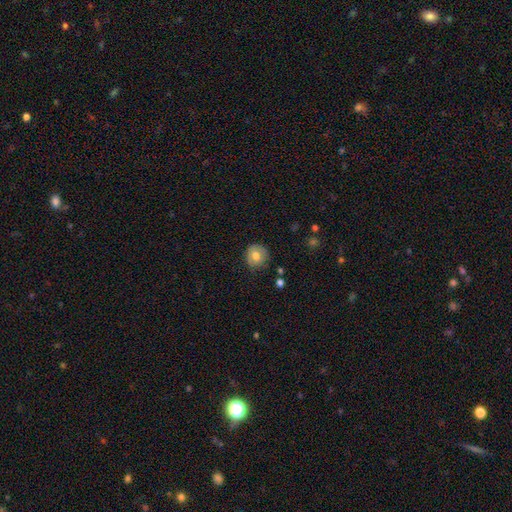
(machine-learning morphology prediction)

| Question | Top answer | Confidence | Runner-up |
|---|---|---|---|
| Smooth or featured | smooth | 72% | featured or disk (20%) |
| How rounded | round | 88% | in between (11%) |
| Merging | none | 77% | minor disturbance (18%) |